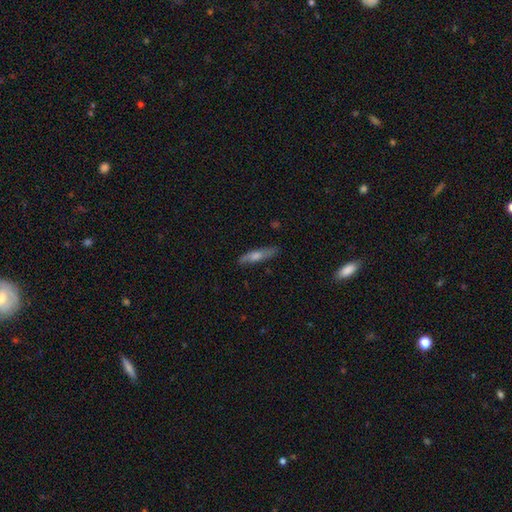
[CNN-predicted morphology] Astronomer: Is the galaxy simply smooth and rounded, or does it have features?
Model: featured or disk — 47% (runner-up: smooth, 45%).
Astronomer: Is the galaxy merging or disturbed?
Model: none — 83%.